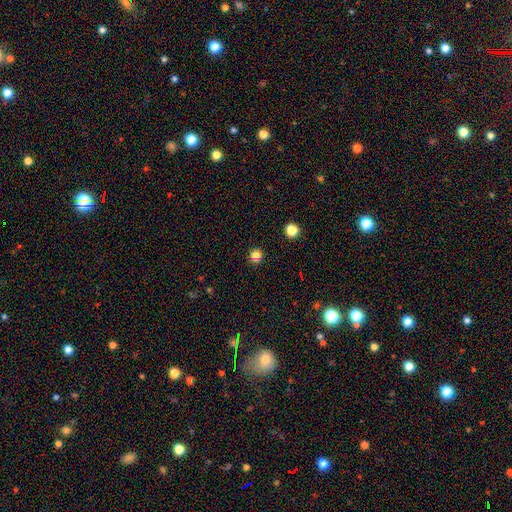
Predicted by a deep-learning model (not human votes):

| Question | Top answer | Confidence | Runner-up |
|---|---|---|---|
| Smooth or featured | smooth | 73% | star or artifact (19%) |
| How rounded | round | 90% | in between (9%) |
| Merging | none | 88% | minor disturbance (7%) |